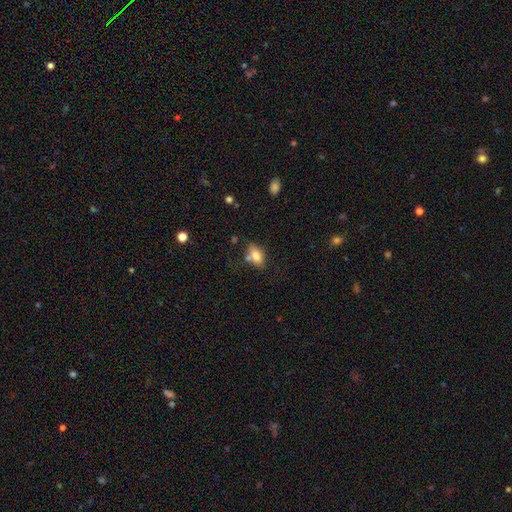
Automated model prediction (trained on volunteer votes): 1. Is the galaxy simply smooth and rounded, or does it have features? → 78% smooth, 13% featured or disk, 9% star or artifact.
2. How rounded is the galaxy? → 85% in between, 11% round, 4% cigar-shaped.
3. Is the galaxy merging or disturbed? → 57% none, 19% minor disturbance, 18% merger, 6% major disturbance.